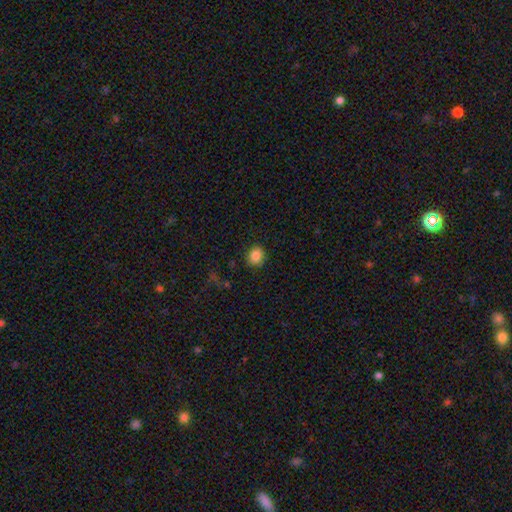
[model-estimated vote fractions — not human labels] smooth_or_featured: smooth (p=0.86) [alt: star or artifact p=0.10]
how_rounded: round (p=0.75) [alt: in between p=0.24]
merging: none (p=0.86) [alt: minor disturbance p=0.10]